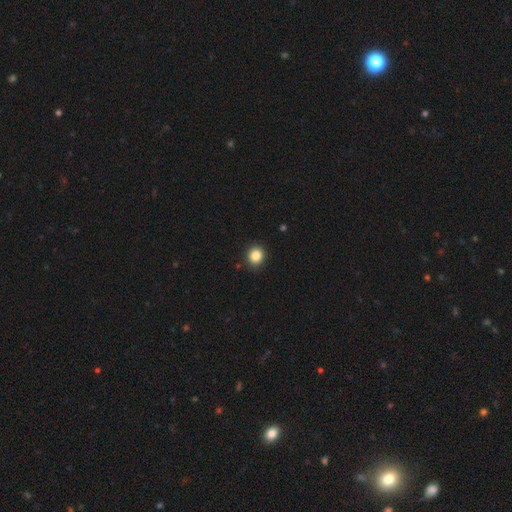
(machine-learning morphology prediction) Smooth or featured? Predicted: smooth (p=0.86). How rounded? Predicted: round (p=0.86). Merging? Predicted: none (p=0.90).